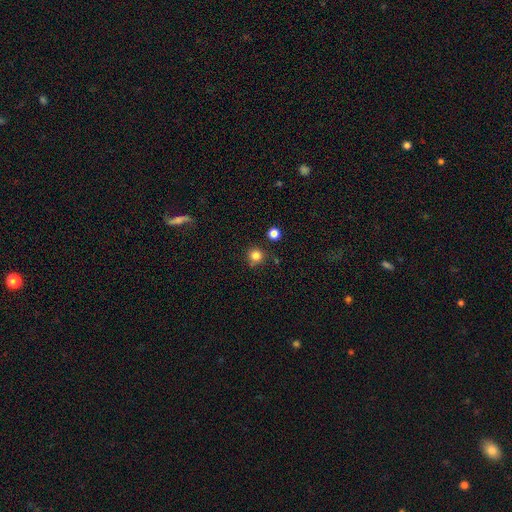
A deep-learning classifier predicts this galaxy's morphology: Smooth or featured? Predicted: smooth (p=0.83). How rounded? Predicted: round (p=0.93). Merging? Predicted: none (p=0.80).